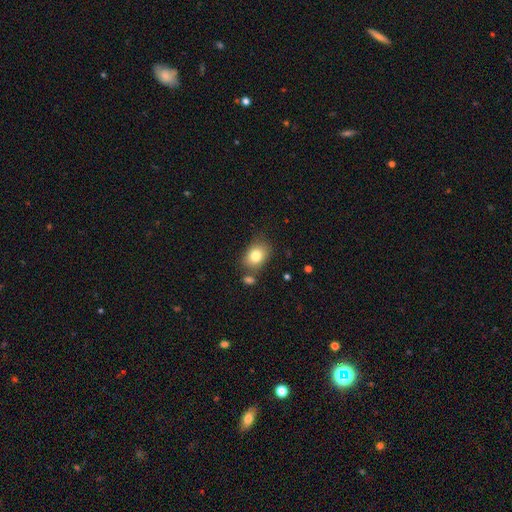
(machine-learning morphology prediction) A smooth galaxy with no disk features (81%) that is in between round and cigar-shaped (67%).

Vote fractions:
- Smooth or featured? smooth: 81% / featured or disk: 10% / star or artifact: 9%
- How rounded? in between: 67% / round: 32% / cigar-shaped: 1%
- Merging? none: 71% / minor disturbance: 15% / merger: 10% / major disturbance: 4%